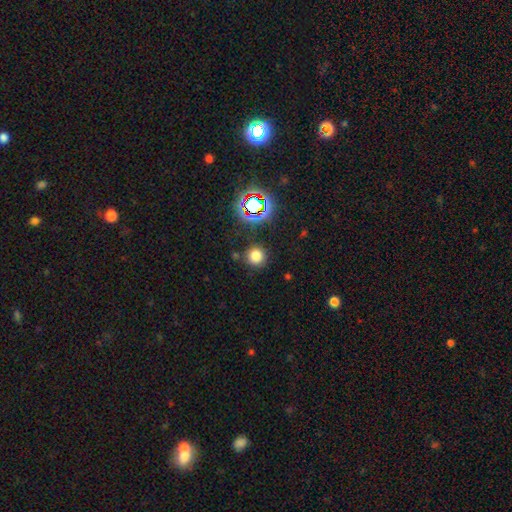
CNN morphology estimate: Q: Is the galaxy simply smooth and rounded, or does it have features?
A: smooth — 74%.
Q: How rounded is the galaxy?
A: round — 93%.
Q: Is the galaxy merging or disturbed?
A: none — 84%.